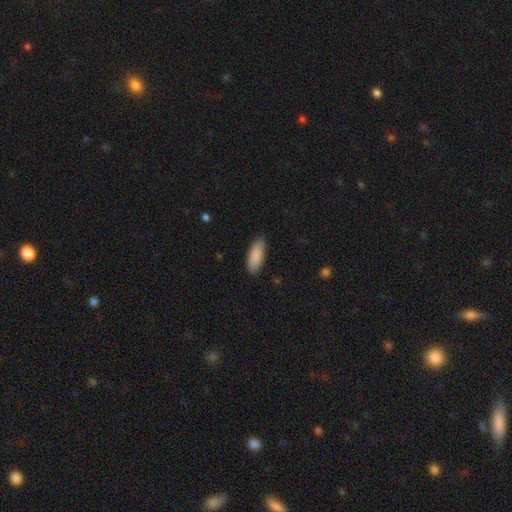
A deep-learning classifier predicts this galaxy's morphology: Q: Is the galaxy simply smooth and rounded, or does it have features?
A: smooth — 89%.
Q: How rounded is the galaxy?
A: in between — 69%.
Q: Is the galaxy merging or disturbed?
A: none — 87%.